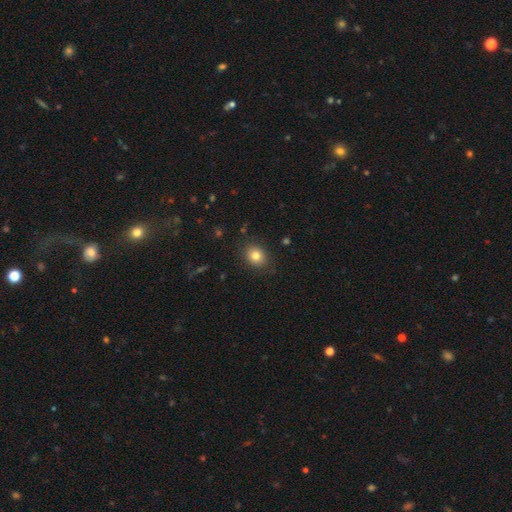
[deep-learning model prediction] smooth_or_featured: smooth (p=0.81) [alt: star or artifact p=0.11]
how_rounded: round (p=0.61) [alt: in between p=0.38]
merging: none (p=0.84) [alt: minor disturbance p=0.12]